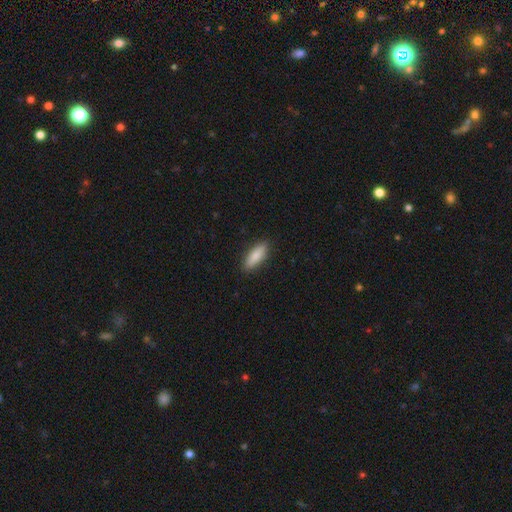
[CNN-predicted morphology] A smooth galaxy with no disk features (84%) that is in between round and cigar-shaped (57%). Merging: none (88%).